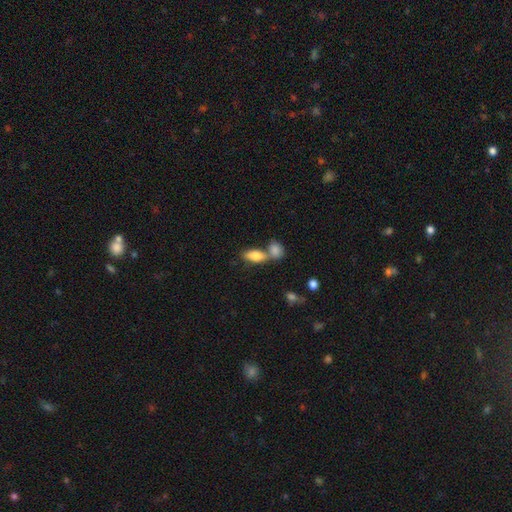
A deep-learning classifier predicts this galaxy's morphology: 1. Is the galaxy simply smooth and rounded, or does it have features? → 81% smooth, 12% featured or disk, 7% star or artifact.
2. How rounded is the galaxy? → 84% in between, 11% cigar-shaped, 5% round.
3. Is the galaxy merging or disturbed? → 44% merger, 43% none, 10% minor disturbance, 4% major disturbance.